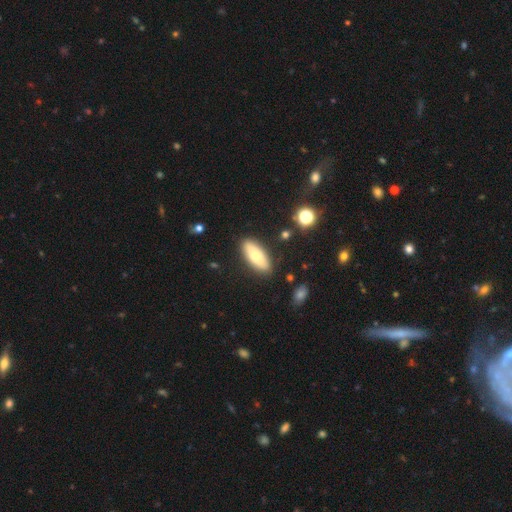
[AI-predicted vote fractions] Smooth or featured? Predicted: smooth (p=0.66). How rounded? Predicted: in between (p=0.78). Merging? Predicted: none (p=0.85).